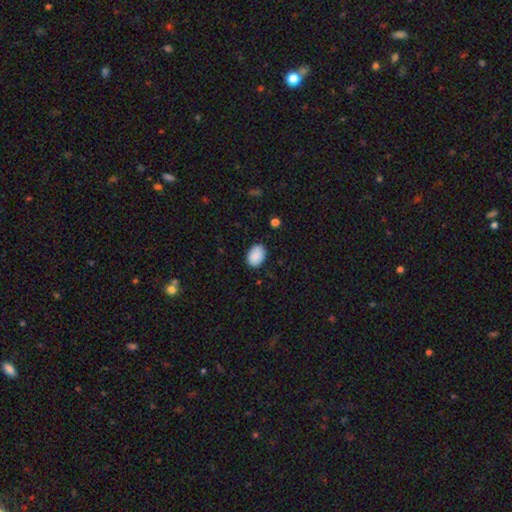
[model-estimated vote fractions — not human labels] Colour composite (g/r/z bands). It shows a smooth galaxy with no disk features (89%) that is in between round and cigar-shaped (76%). Merging: none (83%).